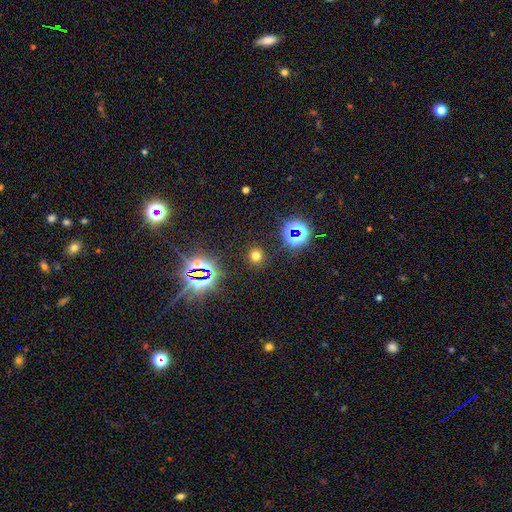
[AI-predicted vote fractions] Smooth or featured? smooth (64%)
How rounded? round (86%)
Merging? none (88%)